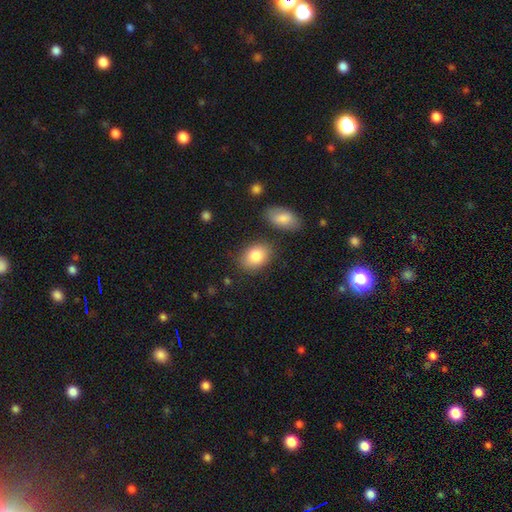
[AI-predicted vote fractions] Smooth or featured?
  - smooth: 83% *
  - featured or disk: 9%
  - star or artifact: 7%
How rounded?
  - in between: 75% *
  - round: 24%
  - cigar-shaped: 1%
Merging?
  - none: 79% *
  - minor disturbance: 12%
  - merger: 5%
  - major disturbance: 3%